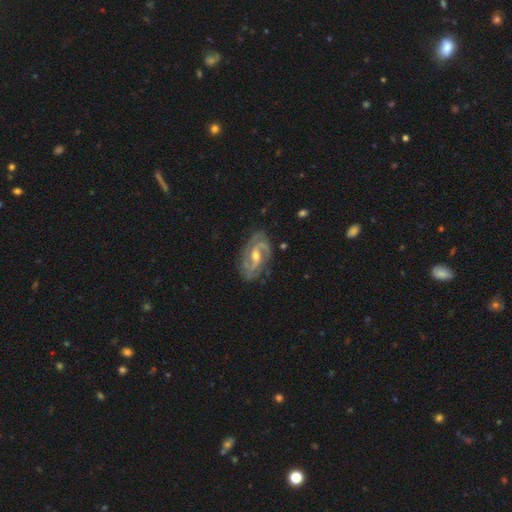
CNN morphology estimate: type=featured or disk (91%); edge-on=no (97%); bar=weak (46%); spiral arms=yes (98%); winding=medium (49%); arm count=2 (69%); bulge=moderate (59%); merging=none (78%).